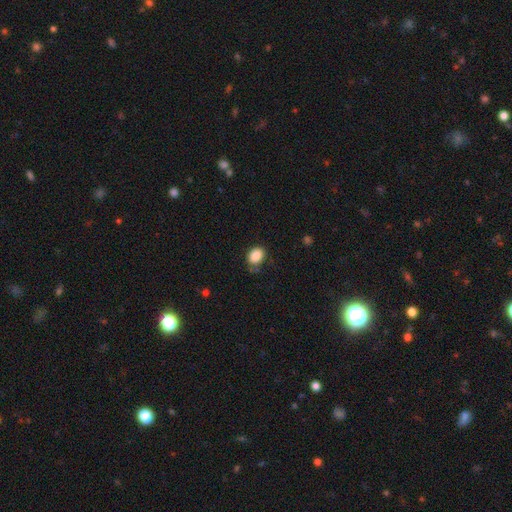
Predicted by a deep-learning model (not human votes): A smooth galaxy with no disk features (88%) that is in between round and cigar-shaped (69%). Merging: none (72%).